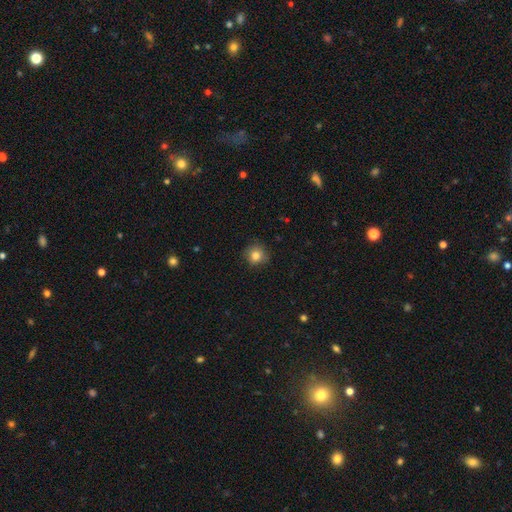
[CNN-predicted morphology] Smooth or featured? Predicted: smooth (p=0.81). How rounded? Predicted: round (p=0.91). Merging? Predicted: none (p=0.84).